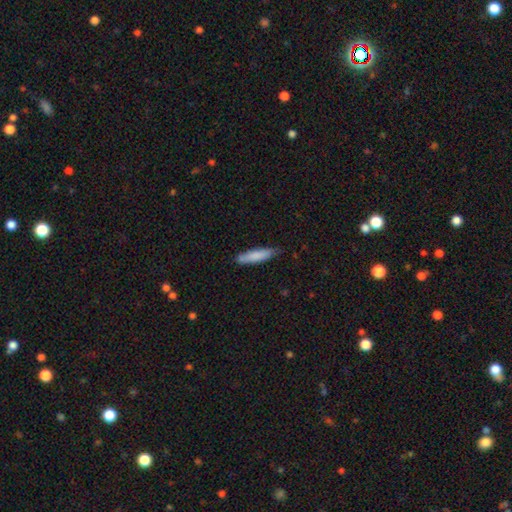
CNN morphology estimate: A smooth galaxy with no disk features (83%) that is cigar-shaped (78%). Merging: none (76%).